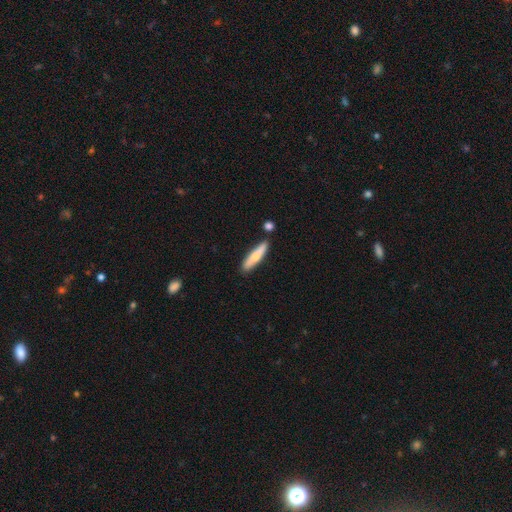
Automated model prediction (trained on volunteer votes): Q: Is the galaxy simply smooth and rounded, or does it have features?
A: smooth — 65%.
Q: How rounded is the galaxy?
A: cigar-shaped — 82%.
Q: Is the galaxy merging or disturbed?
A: none — 81%.